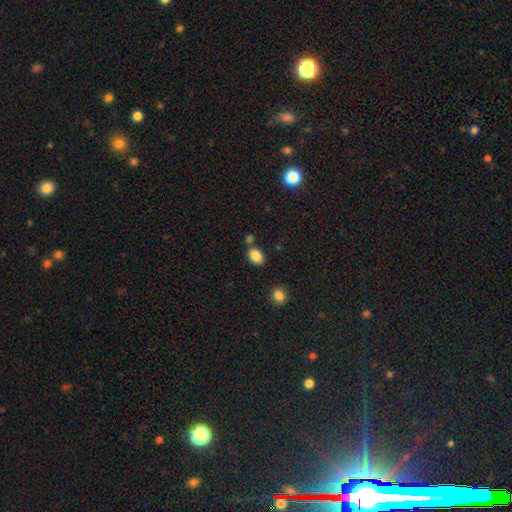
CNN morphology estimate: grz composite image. It shows a smooth galaxy with no disk features (86%) that is in between round and cigar-shaped (76%). Merging: none (74%).